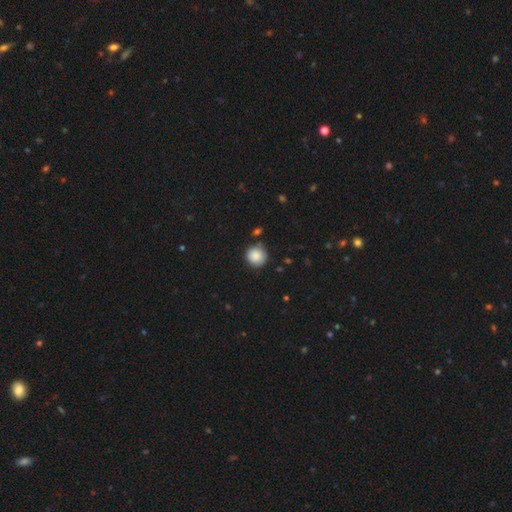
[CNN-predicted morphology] The model was most divided on "merging": none: 83%, minor disturbance: 11%, merger: 3%, major disturbance: 3%. More confident: how rounded — round (93%); smooth or featured — smooth (88%).